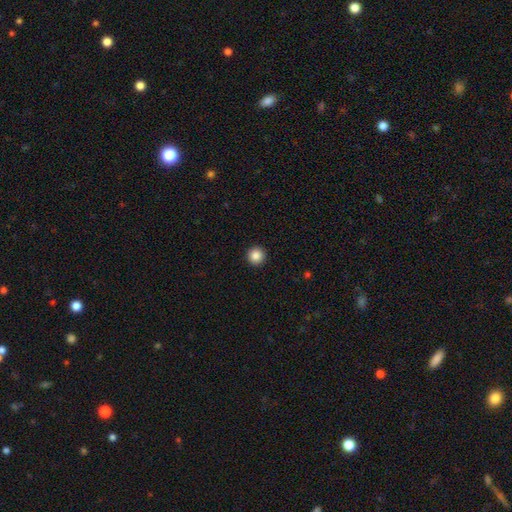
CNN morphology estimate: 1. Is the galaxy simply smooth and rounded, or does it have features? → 87% smooth, 10% star or artifact, 3% featured or disk.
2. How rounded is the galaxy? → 96% round, 3% in between, 1% cigar-shaped.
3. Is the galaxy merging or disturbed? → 94% none, 4% minor disturbance, 1% major disturbance, 1% merger.